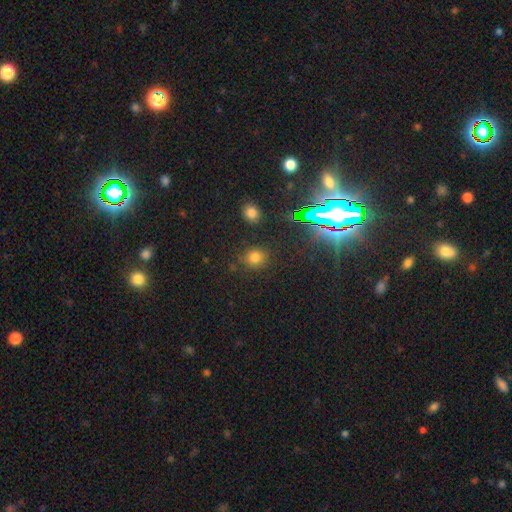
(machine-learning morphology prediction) This is likely a smooth galaxy (64%). How rounded: clearly round (86%). Merging: clearly none (87%).